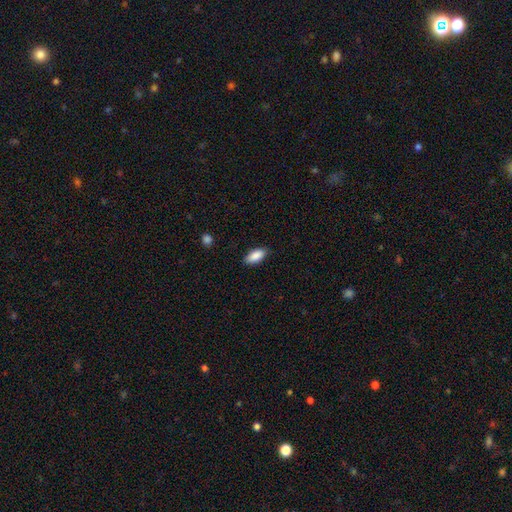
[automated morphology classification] type=smooth (89%); roundness=in between (89%); merging=none (86%).